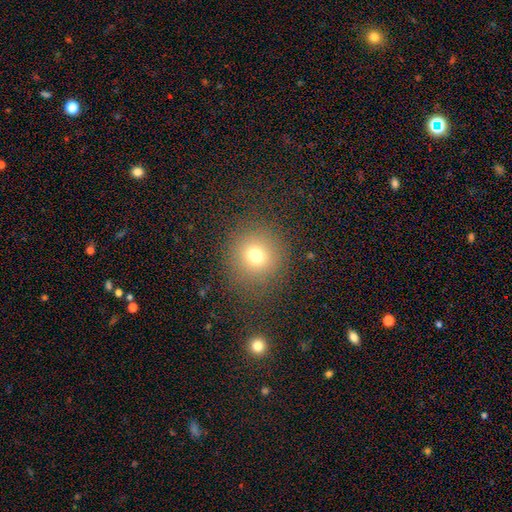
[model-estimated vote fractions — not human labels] The model was most divided on "smooth or featured": smooth: 71%, star or artifact: 18%, featured or disk: 11%. More confident: how rounded — round (89%); merging — none (83%).